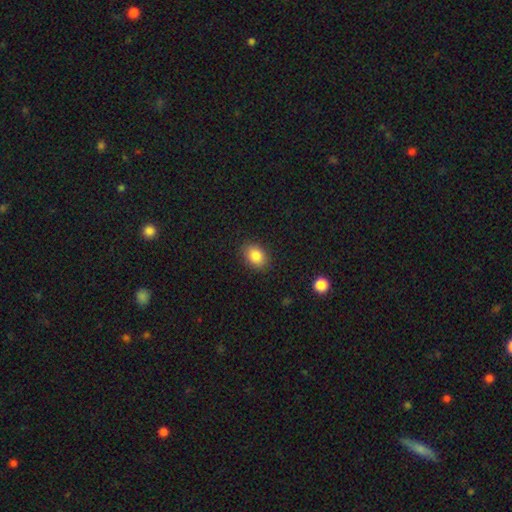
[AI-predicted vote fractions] Smooth or featured: smooth — 85% (star or artifact — 9%)
How rounded: in between — 69% (round — 30%)
Merging: none — 87% (minor disturbance — 10%)